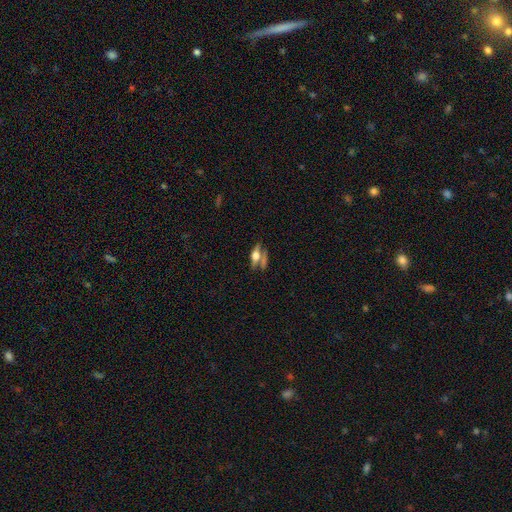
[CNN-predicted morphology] Smooth or featured: featured or disk — 44% (tied with smooth — 44%)
Merging: none — 48% (merger — 27%)